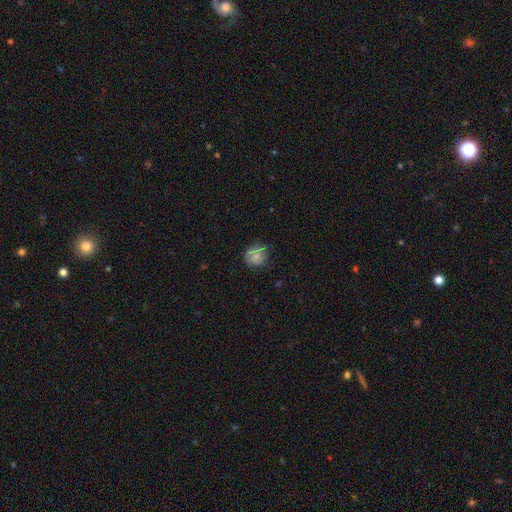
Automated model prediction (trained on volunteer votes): smooth_or_featured: smooth (p=0.68) [alt: featured or disk p=0.19]
how_rounded: round (p=0.78) [alt: in between p=0.21]
merging: none (p=0.67) [alt: minor disturbance p=0.24]